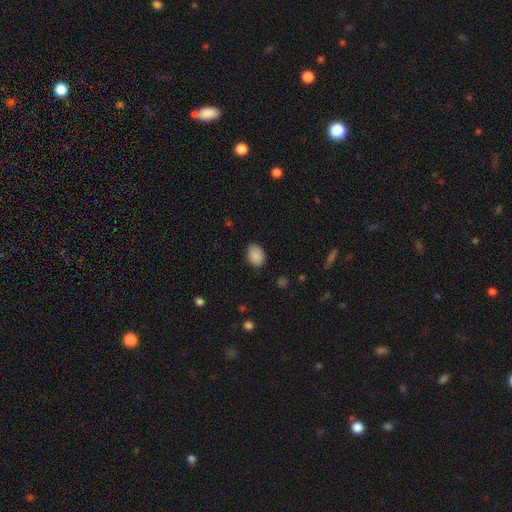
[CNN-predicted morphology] Smooth or featured? smooth (88%)
How rounded? in between (65%)
Merging? none (81%)